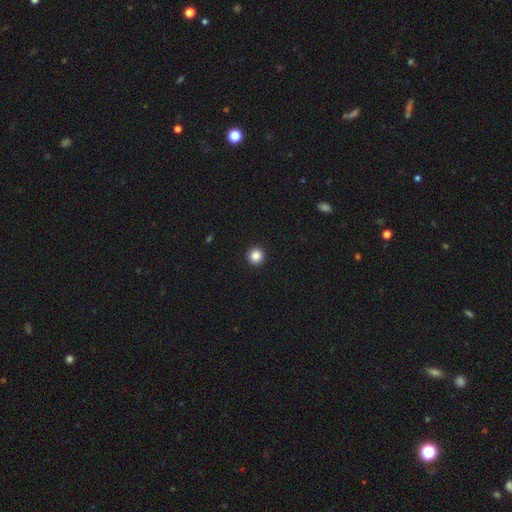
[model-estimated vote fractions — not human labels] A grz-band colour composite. It shows a smooth galaxy with no disk features (86%) that is round (96%). Merging: none (94%).